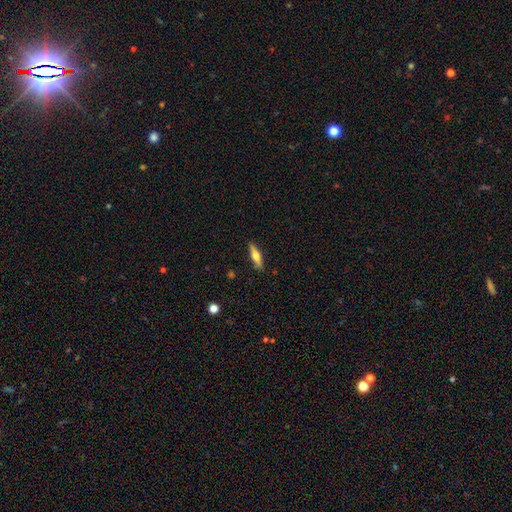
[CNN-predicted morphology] Overall: smooth (50%; featured or disk 44%). How rounded: cigar-shaped (72%). Merging: none (89%).